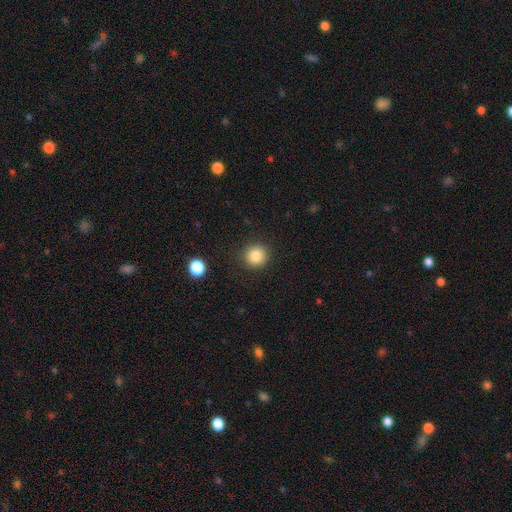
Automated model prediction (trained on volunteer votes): The model was most divided on "smooth or featured": smooth: 84%, star or artifact: 11%, featured or disk: 6%. More confident: how rounded — round (93%); merging — none (90%).